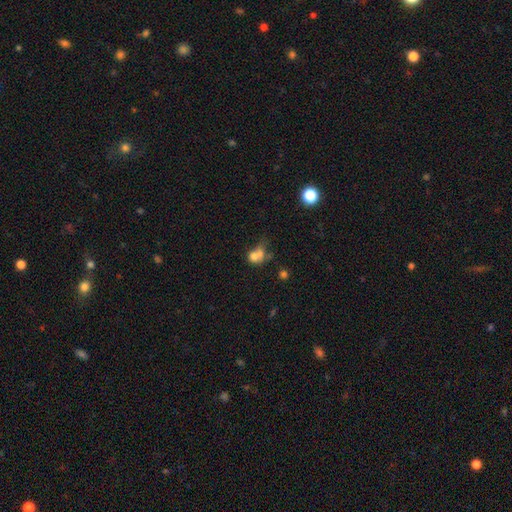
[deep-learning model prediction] Smooth or featured: smooth — 67% (featured or disk — 19%)
How rounded: round — 60% (in between — 39%)
Merging: merger — 49% (none — 25%)